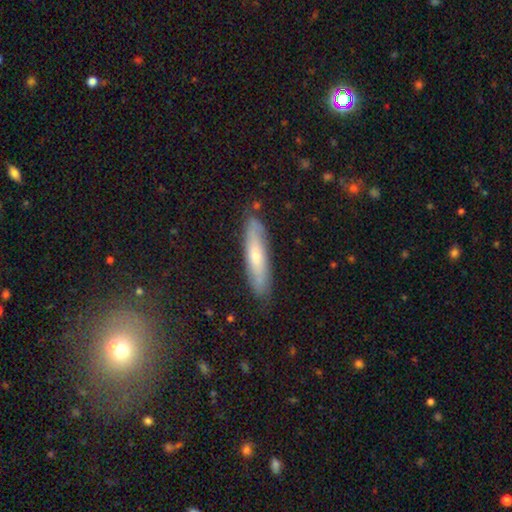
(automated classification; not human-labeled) smooth_or_featured: smooth (p=0.50) [alt: featured or disk p=0.43]
how_rounded: cigar-shaped (p=0.80) [alt: in between p=0.18]
merging: none (p=0.82) [alt: minor disturbance p=0.14]